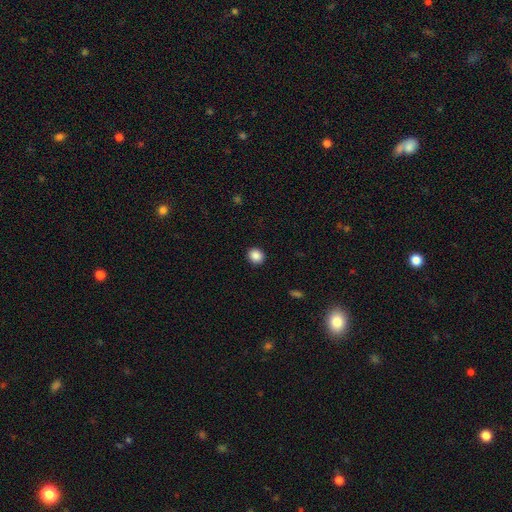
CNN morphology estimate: smooth-or-featured: smooth: 88% | star or artifact: 9% | featured or disk: 3%
  how-rounded: round: 82% | in between: 17% | cigar-shaped: 1%
  merging: none: 92% | minor disturbance: 6% | major disturbance: 2% | merger: 1%